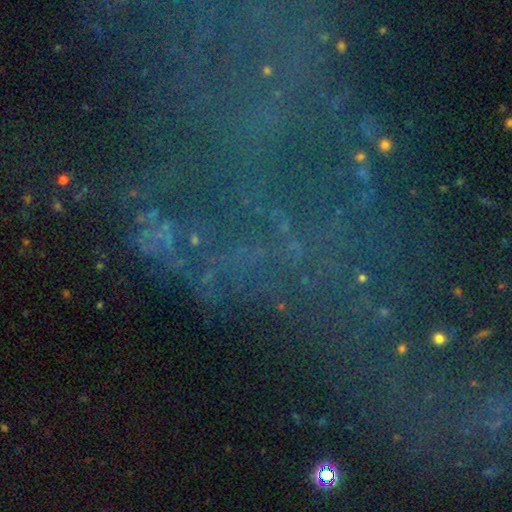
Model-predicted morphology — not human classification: smooth-or-featured: star or artifact: 70% | featured or disk: 16% | smooth: 13%